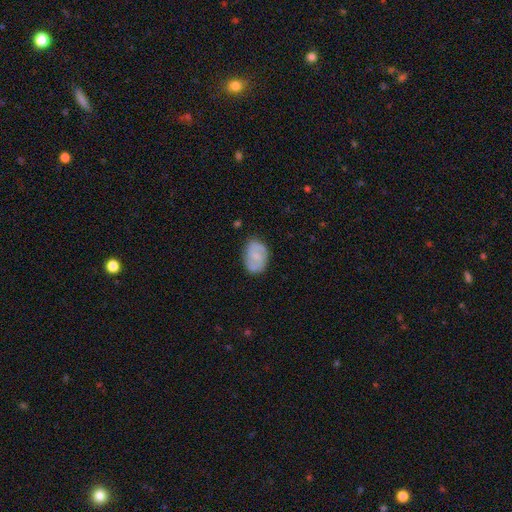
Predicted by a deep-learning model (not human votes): Smooth or featured?
  - featured or disk: 52% *
  - smooth: 42%
  - star or artifact: 7%
Edge-on disk?
  - no: 96% *
  - yes: 4%
Merging?
  - none: 76% *
  - minor disturbance: 18%
  - major disturbance: 4%
  - merger: 2%